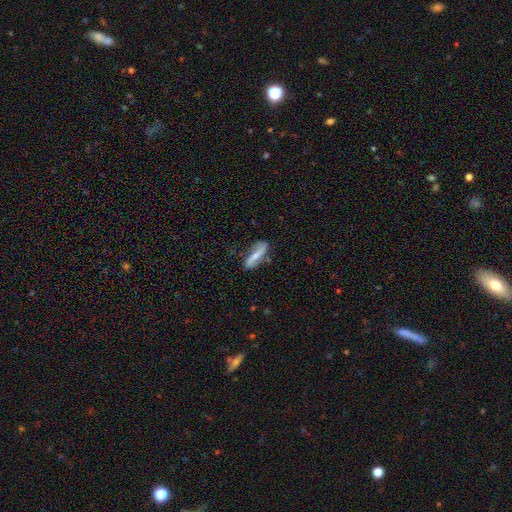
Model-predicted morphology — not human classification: Smooth or featured? Predicted: featured or disk (p=0.59). Edge-on disk? Predicted: no (p=0.77). Merging? Predicted: none (p=0.71).